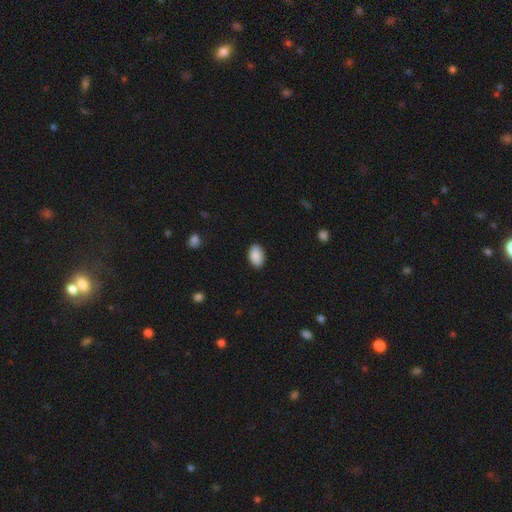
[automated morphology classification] Smooth or featured? Predicted: smooth (p=0.90). How rounded? Predicted: in between (p=0.92). Merging? Predicted: none (p=0.88).